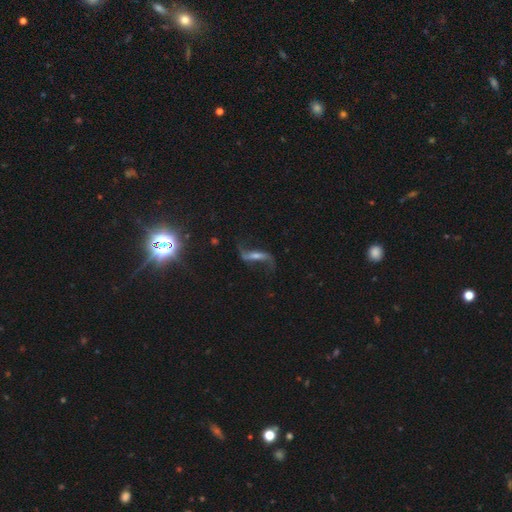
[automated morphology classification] Smooth or featured? Predicted: featured or disk (p=0.82). Edge-on disk? Predicted: no (p=0.85). Bar? Predicted: strong (p=0.50). Spiral arms? Predicted: yes (p=0.94). Spiral winding? Predicted: loose (p=0.92). Spiral arm count? Predicted: 2 (p=0.92). Bulge size? Predicted: small (p=0.41). Merging? Predicted: none (p=0.68).